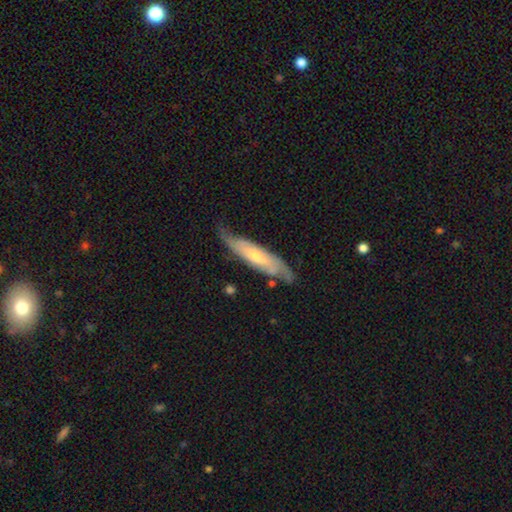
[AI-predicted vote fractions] Smooth or featured? Predicted: featured or disk (p=0.64). Edge-on disk? Predicted: no (p=0.60). Merging? Predicted: none (p=0.66).